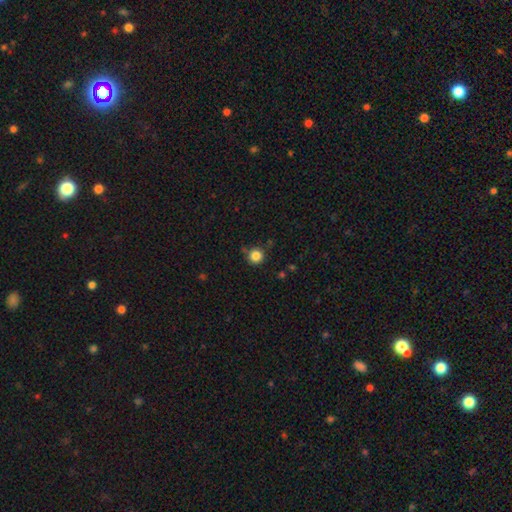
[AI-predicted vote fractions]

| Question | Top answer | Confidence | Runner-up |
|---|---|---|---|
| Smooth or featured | smooth | 84% | star or artifact (12%) |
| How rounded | round | 95% | in between (5%) |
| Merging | none | 83% | minor disturbance (10%) |